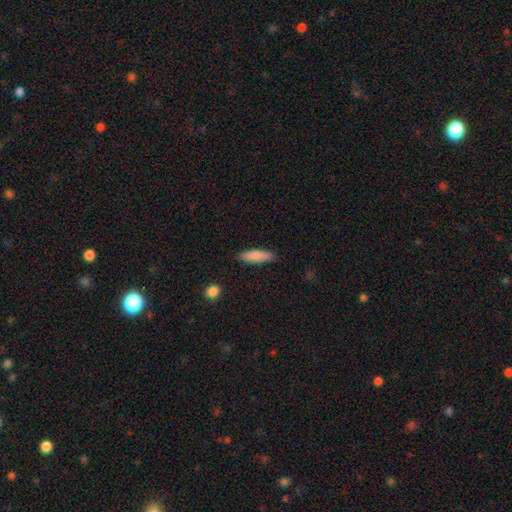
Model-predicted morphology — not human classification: Smooth or featured: smooth — 85% (featured or disk — 9%)
How rounded: cigar-shaped — 59% (in between — 39%)
Merging: none — 86% (minor disturbance — 10%)